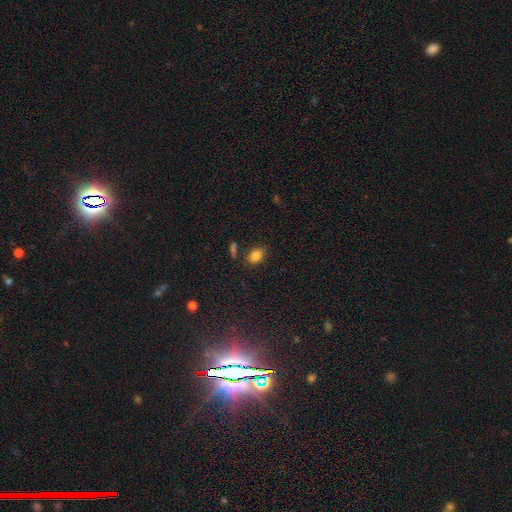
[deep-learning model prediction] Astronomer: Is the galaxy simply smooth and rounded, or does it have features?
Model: smooth — 83%.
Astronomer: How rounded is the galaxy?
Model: in between — 80%.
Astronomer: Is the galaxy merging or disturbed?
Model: none — 81%.